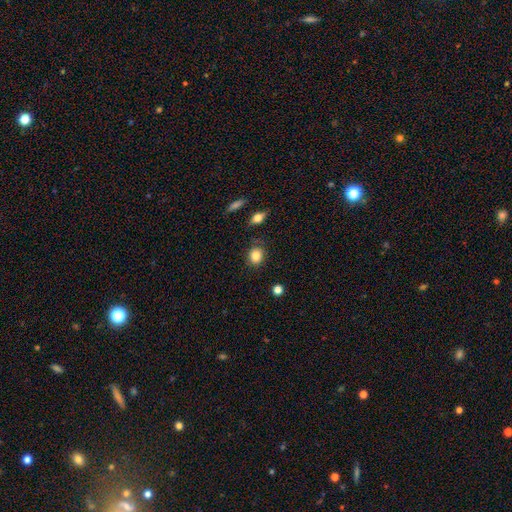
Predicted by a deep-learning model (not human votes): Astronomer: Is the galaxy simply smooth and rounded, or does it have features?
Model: smooth — 84%.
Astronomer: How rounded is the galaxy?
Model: round — 68%.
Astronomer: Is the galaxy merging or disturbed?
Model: none — 81%.